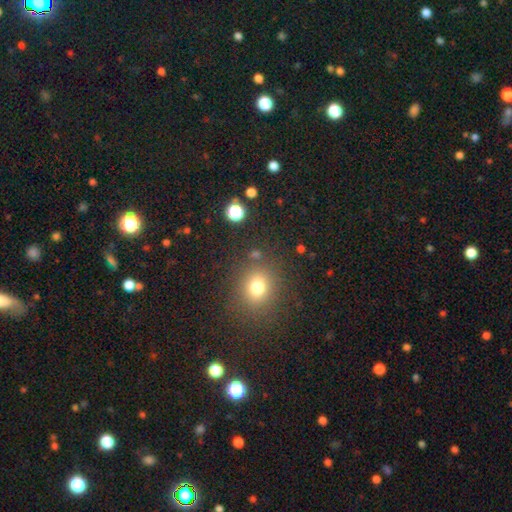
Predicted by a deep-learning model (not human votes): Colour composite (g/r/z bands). It shows a smooth galaxy with no disk features (67%) that is round (76%). Merging: none (85%).